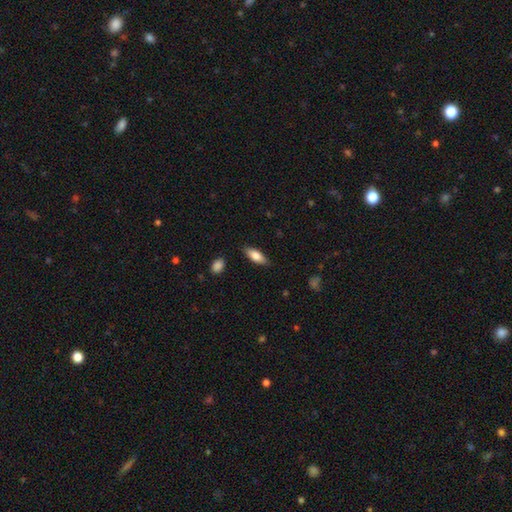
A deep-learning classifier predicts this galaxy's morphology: This is likely a smooth galaxy (78%). How rounded: likely in between (72%). Merging: clearly none (85%).